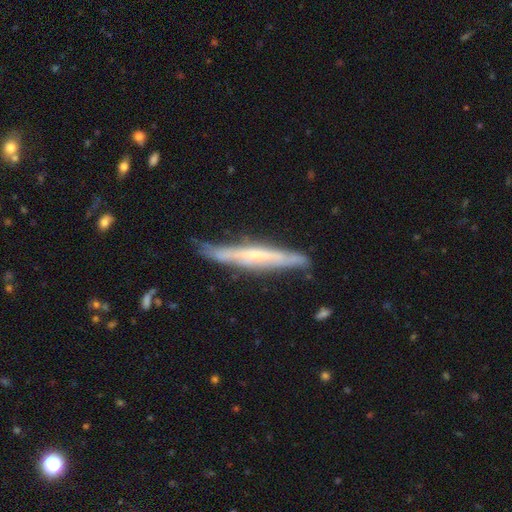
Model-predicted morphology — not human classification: featured or disk 64%, smooth 30%, star or artifact 6%. Down the decision tree: edge-on disk — yes (89%); edge-on bulge — none (58%); merging — none (72%).